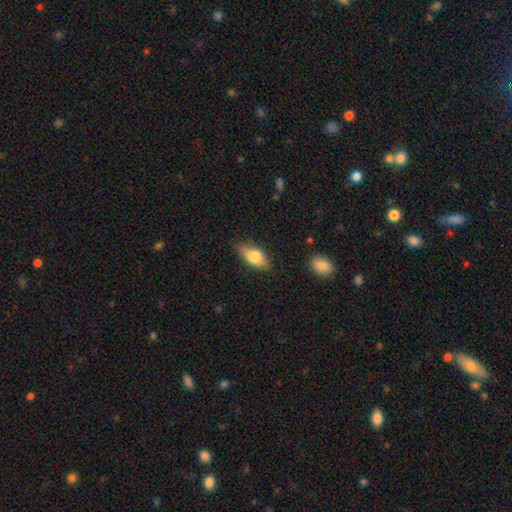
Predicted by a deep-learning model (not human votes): Morphology: type=smooth (68%); roundness=in between (80%); merging=none (76%).